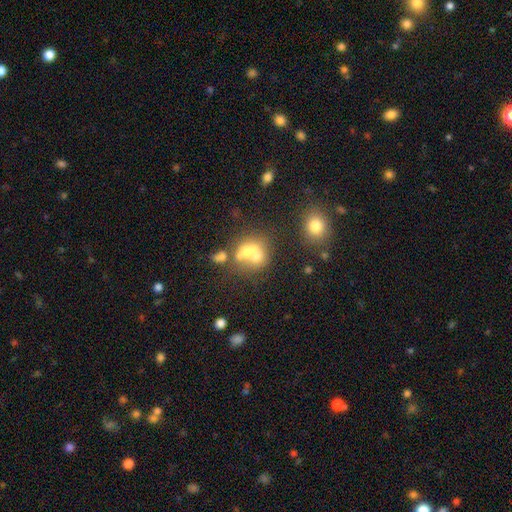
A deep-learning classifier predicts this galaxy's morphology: smooth-or-featured: smooth: 53% | featured or disk: 32% | star or artifact: 15%
  how-rounded: round: 61% | in between: 37% | cigar-shaped: 2%
  merging: merger: 59% | none: 26% | minor disturbance: 8% | major disturbance: 7%